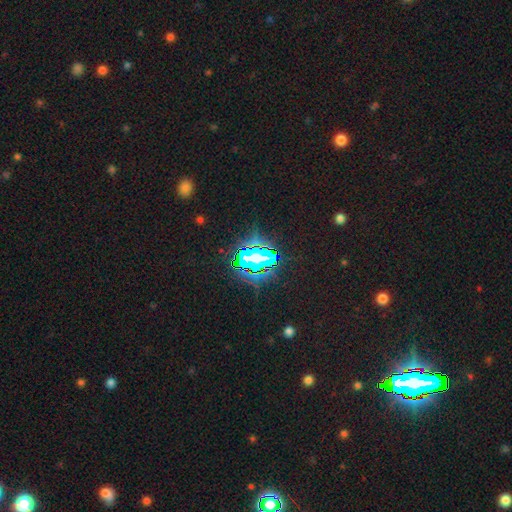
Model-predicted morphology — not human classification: A star or artifact, not a galaxy (78%).